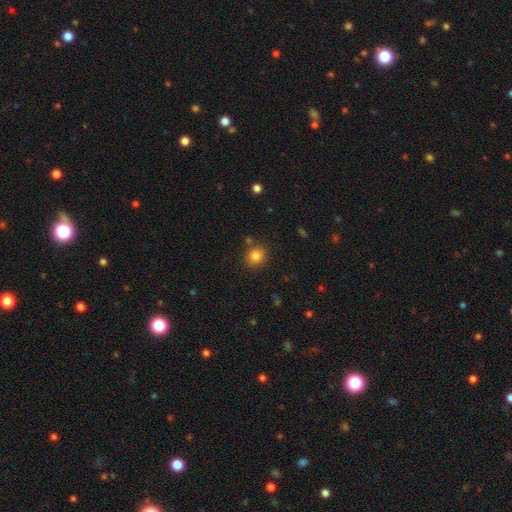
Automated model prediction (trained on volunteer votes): A smooth galaxy with no disk features (83%) that is round (79%). Merging: none (81%).